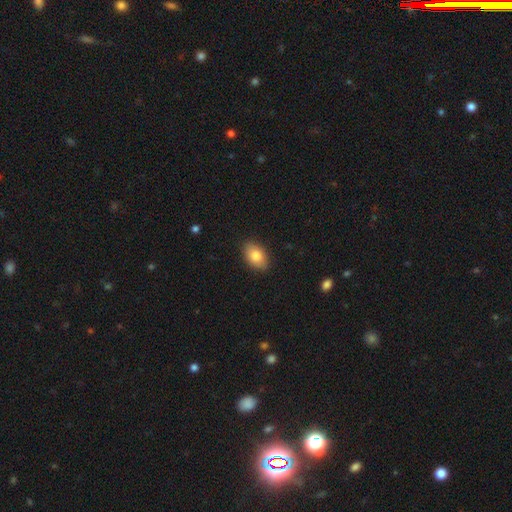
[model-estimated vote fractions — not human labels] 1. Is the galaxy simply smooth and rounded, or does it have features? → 83% smooth, 10% featured or disk, 7% star or artifact.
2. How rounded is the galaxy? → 90% in between, 9% round, 2% cigar-shaped.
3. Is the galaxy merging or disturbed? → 88% none, 9% minor disturbance, 2% major disturbance, 1% merger.